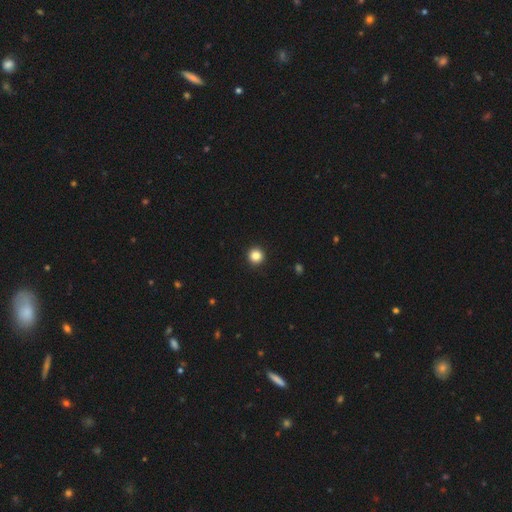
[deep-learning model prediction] Smooth or featured? Predicted: smooth (p=0.85). How rounded? Predicted: round (p=0.95). Merging? Predicted: none (p=0.93).